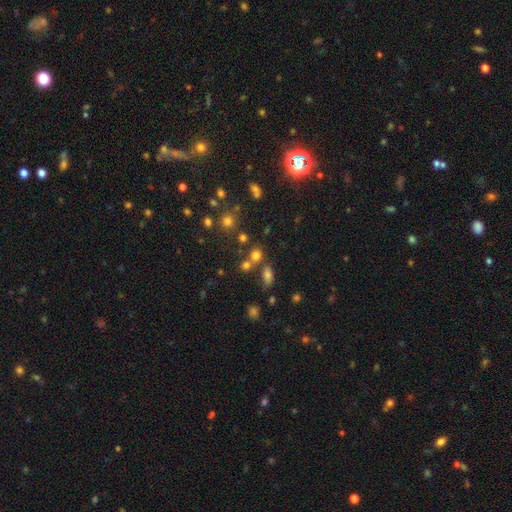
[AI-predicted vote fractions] This appears to be a smooth galaxy with no disk features (71%) that is round (65%). Merging: none (59%).